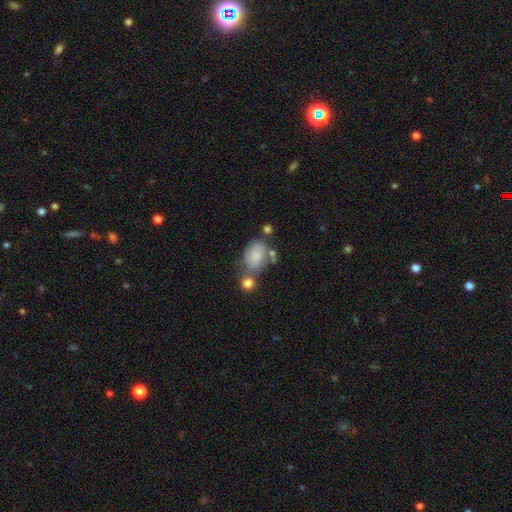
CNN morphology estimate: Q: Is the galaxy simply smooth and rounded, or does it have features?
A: smooth — 72%.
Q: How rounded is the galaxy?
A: in between — 67%.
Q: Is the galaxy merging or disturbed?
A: none — 42%.